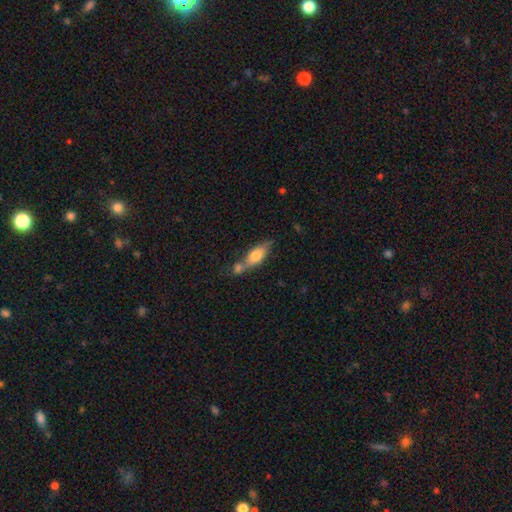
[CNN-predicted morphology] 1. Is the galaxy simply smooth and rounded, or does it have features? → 54% smooth, 39% featured or disk, 7% star or artifact.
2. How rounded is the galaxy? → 63% in between, 32% cigar-shaped, 5% round.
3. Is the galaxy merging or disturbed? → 42% merger, 38% none, 14% minor disturbance, 6% major disturbance.